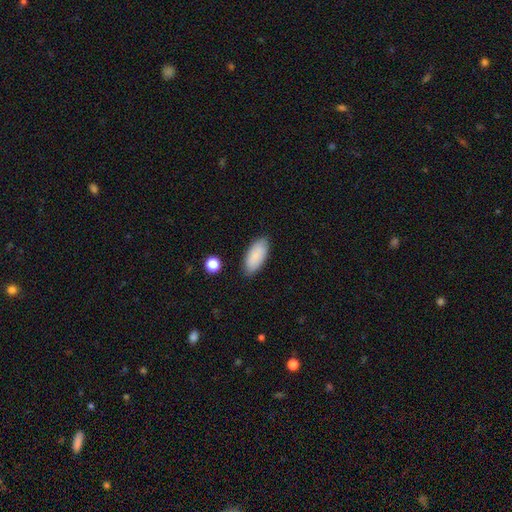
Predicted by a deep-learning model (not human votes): Smooth or featured? smooth (86%)
How rounded? in between (87%)
Merging? none (85%)